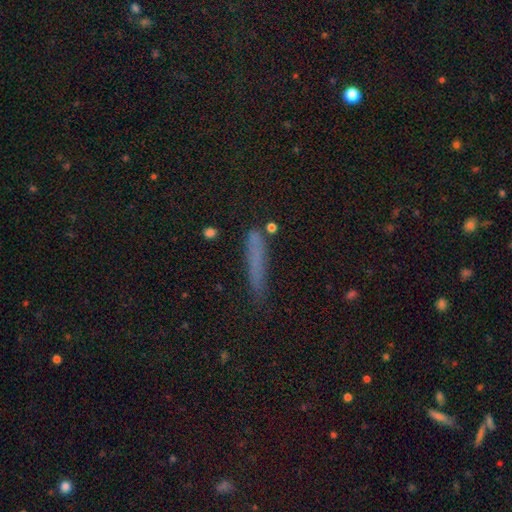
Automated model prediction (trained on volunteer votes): This appears to be a smooth galaxy with no disk features (66%) that is cigar-shaped (91%). Merging: none (78%).